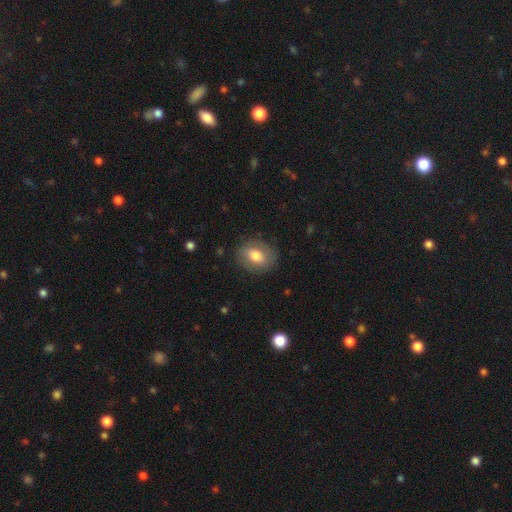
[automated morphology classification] smooth 73%, featured or disk 19%, star or artifact 8%. Down the decision tree: how rounded — in between (63%); merging — none (82%).